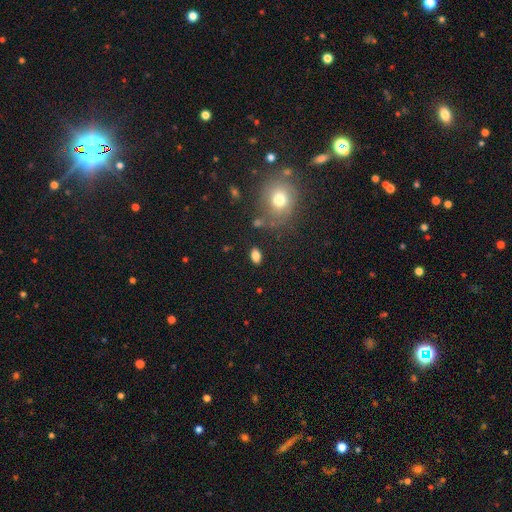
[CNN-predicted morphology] type=smooth (82%); roundness=in between (86%); merging=none (83%).